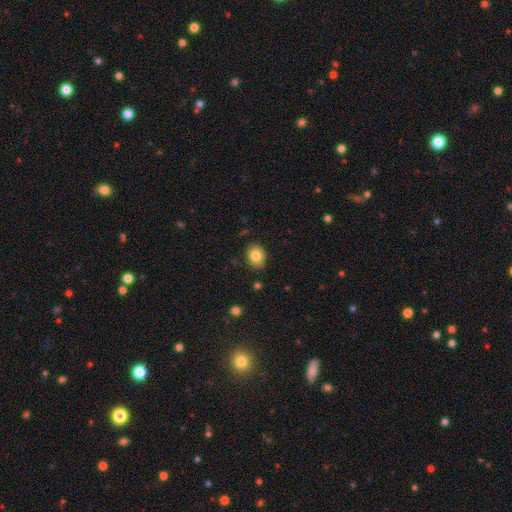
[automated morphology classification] smooth-or-featured: smooth: 82% | star or artifact: 9% | featured or disk: 9%
  how-rounded: round: 51% | in between: 48% | cigar-shaped: 1%
  merging: none: 85% | minor disturbance: 11% | major disturbance: 2% | merger: 1%